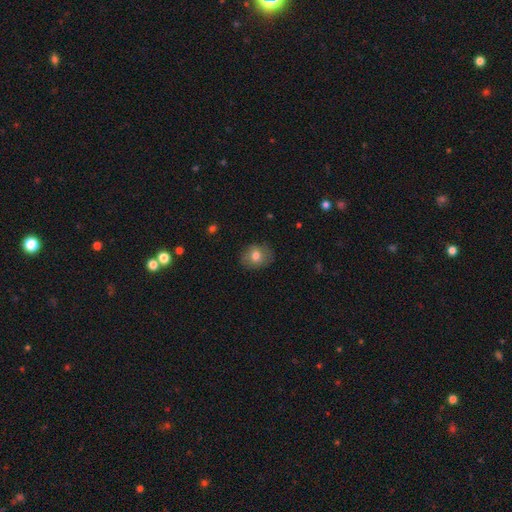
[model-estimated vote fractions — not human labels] Overall: smooth (76%). How rounded: round (60%; in between 39%). Merging: none (83%).